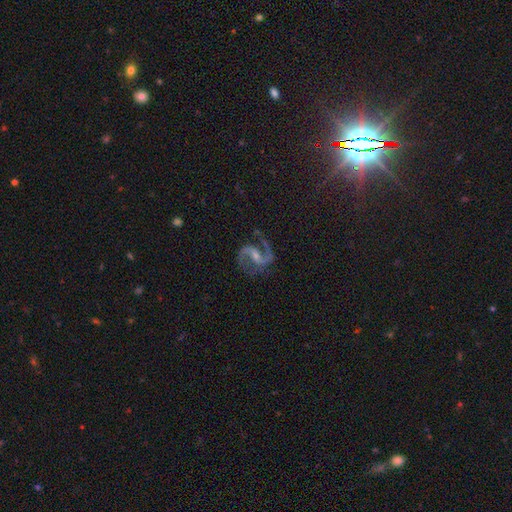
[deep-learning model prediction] A featured or disk galaxy (92%) with a weak bar (47%), 2 (94%) medium (61%) spiral arms (98%) and a small central bulge (51%).

Vote fractions:
- Smooth or featured? featured or disk: 92% / star or artifact: 5% / smooth: 3%
- Edge-on disk? no: 98% / yes: 2%
- Bar? weak: 47% / strong: 29% / no: 24%
- Spiral arms? yes: 98% / no: 2%
- Spiral winding? medium: 61% / loose: 28% / tight: 11%
- Spiral arm count? 2: 94% / 1: 2% / can't tell: 1% / 3: 1% / 4: 1% / more than 4: 1%
- Bulge size? small: 51% / moderate: 38% / none: 8% / large: 2% / dominant: 1%
- Merging? none: 77% / minor disturbance: 14% / major disturbance: 7% / merger: 2%